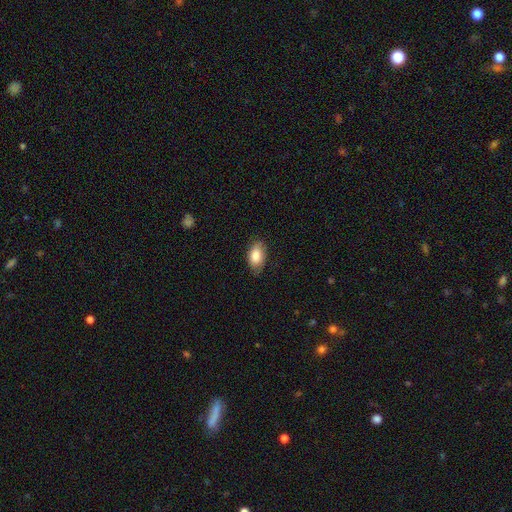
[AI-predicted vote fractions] This appears to be a smooth galaxy with no disk features (84%) that is in between round and cigar-shaped (92%). Merging: none (77%).